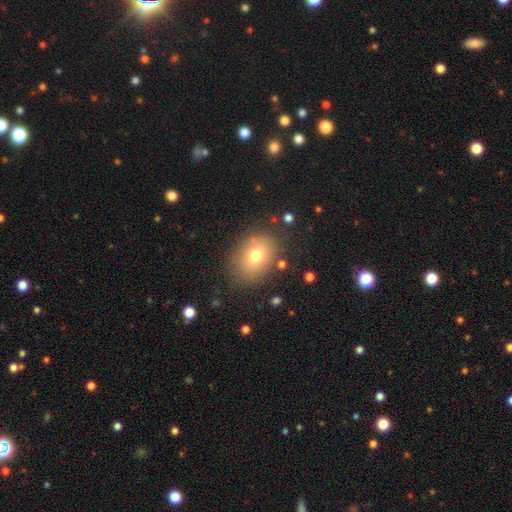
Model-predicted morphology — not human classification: type=smooth (75%); roundness=in between (69%); merging=none (81%).